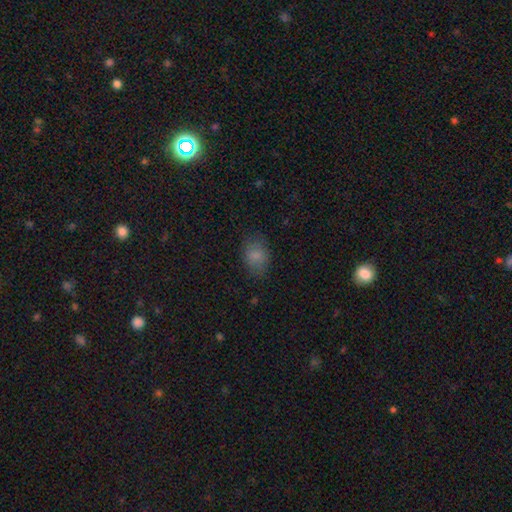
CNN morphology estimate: Smooth or featured? Predicted: smooth (p=0.82). How rounded? Predicted: in between (p=0.76). Merging? Predicted: none (p=0.77).